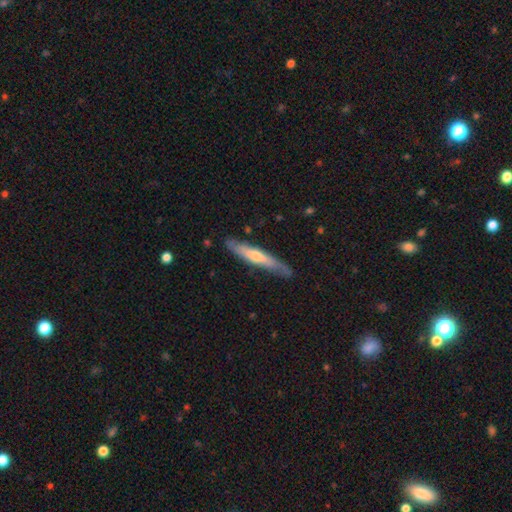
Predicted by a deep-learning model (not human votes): Smooth or featured? Predicted: featured or disk (p=0.48, tied with smooth). Merging? Predicted: none (p=0.78).